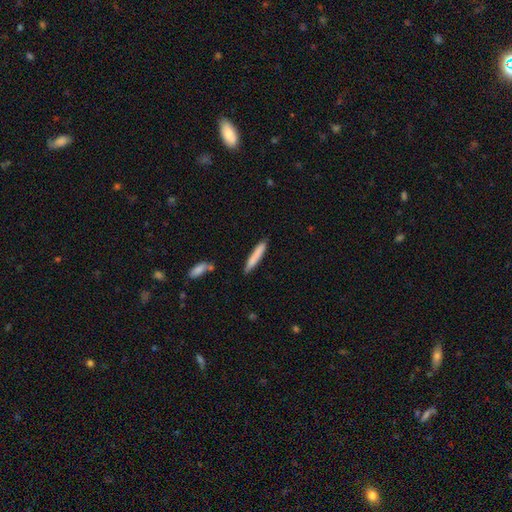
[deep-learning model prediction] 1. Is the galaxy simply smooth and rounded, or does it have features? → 80% smooth, 14% featured or disk, 6% star or artifact.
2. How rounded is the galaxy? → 93% cigar-shaped, 6% in between, 1% round.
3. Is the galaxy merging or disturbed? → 84% none, 11% minor disturbance, 3% merger, 2% major disturbance.